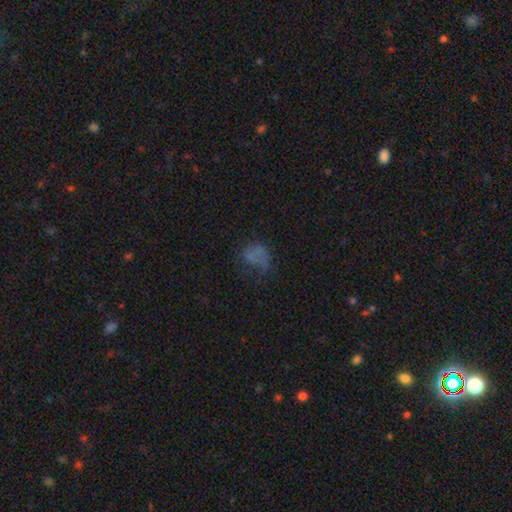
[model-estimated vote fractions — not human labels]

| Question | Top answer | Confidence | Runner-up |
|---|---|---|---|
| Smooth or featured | smooth | 53% | featured or disk (24%) |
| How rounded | in between | 55% | round (44%) |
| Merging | none | 38% | major disturbance (36%) |